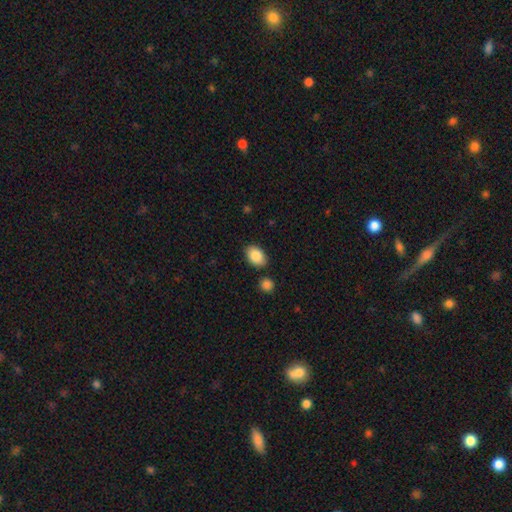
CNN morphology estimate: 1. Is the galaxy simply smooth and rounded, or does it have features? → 88% smooth, 7% star or artifact, 5% featured or disk.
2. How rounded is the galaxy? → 86% in between, 13% round, 1% cigar-shaped.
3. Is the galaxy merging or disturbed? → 83% none, 11% minor disturbance, 4% merger, 3% major disturbance.